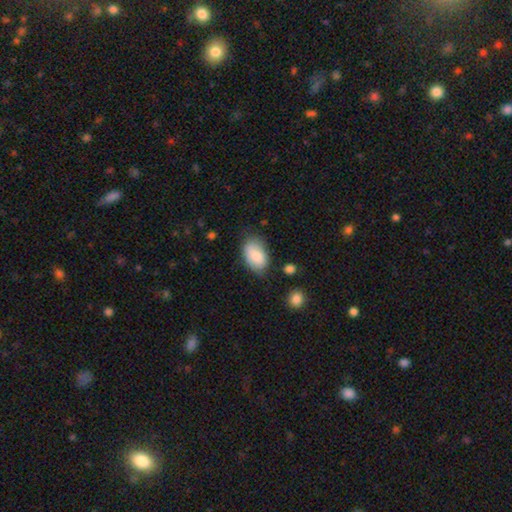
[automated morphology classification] A smooth galaxy with no disk features (83%) that is in between round and cigar-shaped (91%).

Vote fractions:
- Smooth or featured? smooth: 83% / featured or disk: 10% / star or artifact: 7%
- How rounded? in between: 91% / round: 7% / cigar-shaped: 1%
- Merging? none: 69% / minor disturbance: 23% / major disturbance: 6% / merger: 3%